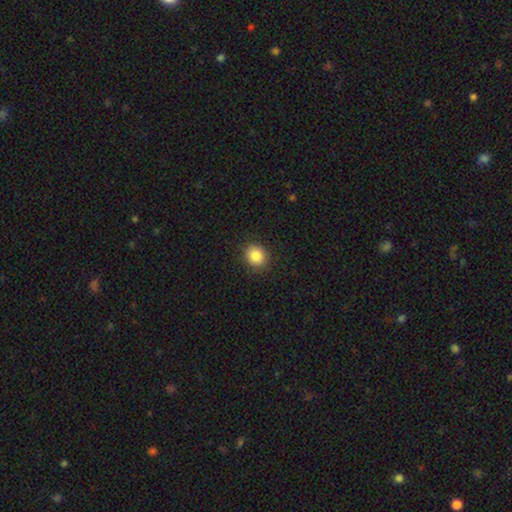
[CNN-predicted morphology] This appears to be a smooth galaxy with no disk features (86%) that is round (69%). Merging: none (88%).